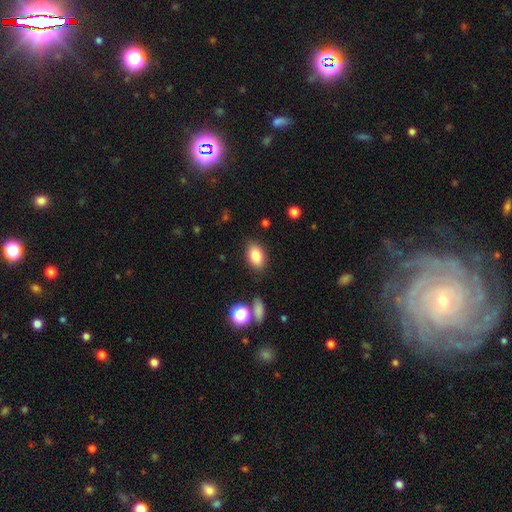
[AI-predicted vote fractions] This appears to be a smooth galaxy with no disk features (84%) that is in between round and cigar-shaped (88%). Merging: none (84%).